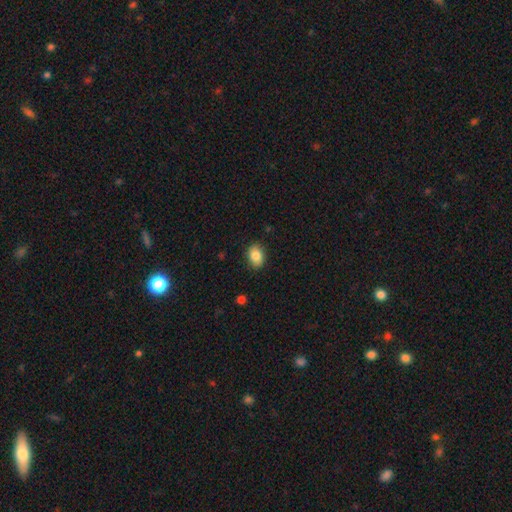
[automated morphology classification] Smooth or featured?
  - smooth: 85% *
  - star or artifact: 8%
  - featured or disk: 7%
How rounded?
  - in between: 77% *
  - round: 22%
  - cigar-shaped: 1%
Merging?
  - none: 87% *
  - minor disturbance: 10%
  - major disturbance: 2%
  - merger: 1%